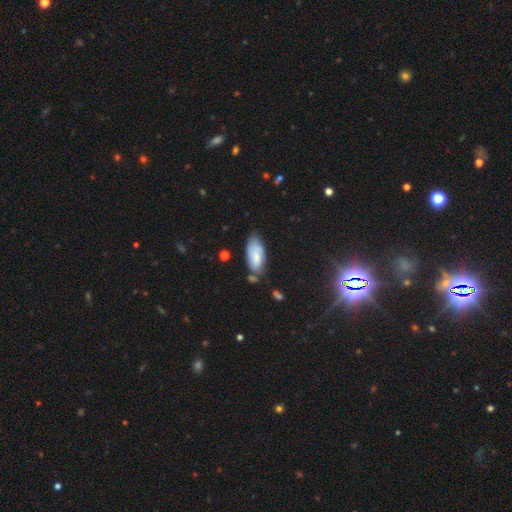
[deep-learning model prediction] smooth_or_featured: smooth (p=0.70) [alt: featured or disk p=0.23]
how_rounded: in between (p=0.86) [alt: cigar-shaped p=0.12]
merging: none (p=0.53) [alt: minor disturbance p=0.30]